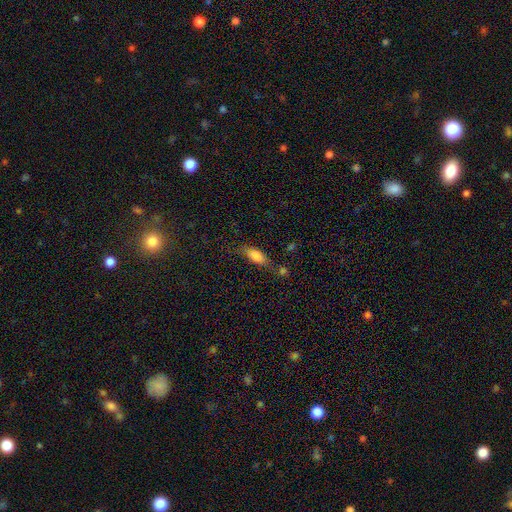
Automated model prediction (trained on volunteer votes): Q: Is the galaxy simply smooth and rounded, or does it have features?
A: smooth — 78%.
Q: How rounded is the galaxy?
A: in between — 77%.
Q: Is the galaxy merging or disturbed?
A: none — 53%.